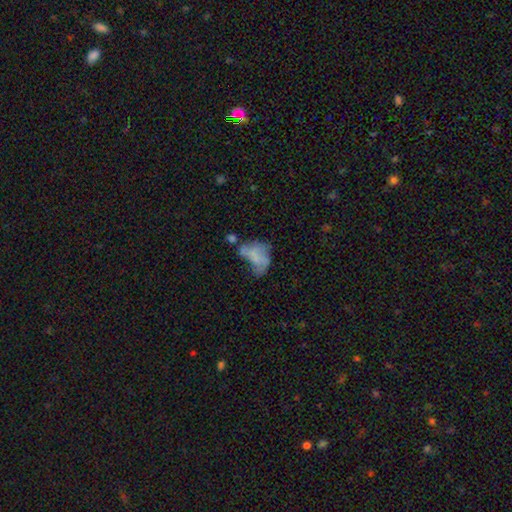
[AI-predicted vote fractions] A smooth galaxy with no disk features (51%) that is in between round and cigar-shaped (84%).

Vote fractions:
- Smooth or featured? smooth: 51% / featured or disk: 35% / star or artifact: 14%
- How rounded? in between: 84% / round: 13% / cigar-shaped: 3%
- Merging? major disturbance: 38% / none: 23% / minor disturbance: 22% / merger: 17%